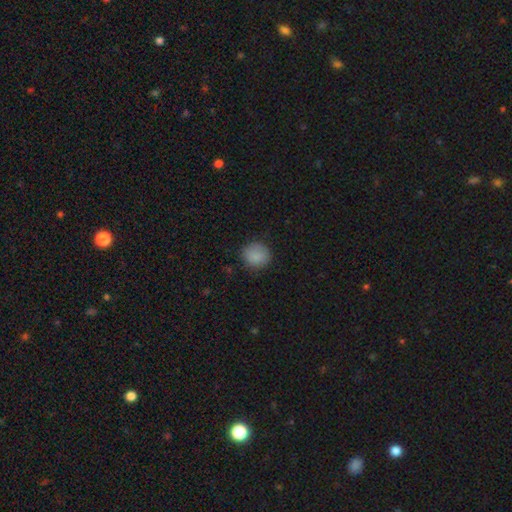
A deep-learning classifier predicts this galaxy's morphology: Q: Smooth or featured?
A: smooth (87%); runner-up: star or artifact (9%)
Q: How rounded?
A: round (85%); runner-up: in between (14%)
Q: Merging?
A: none (83%); runner-up: minor disturbance (13%)